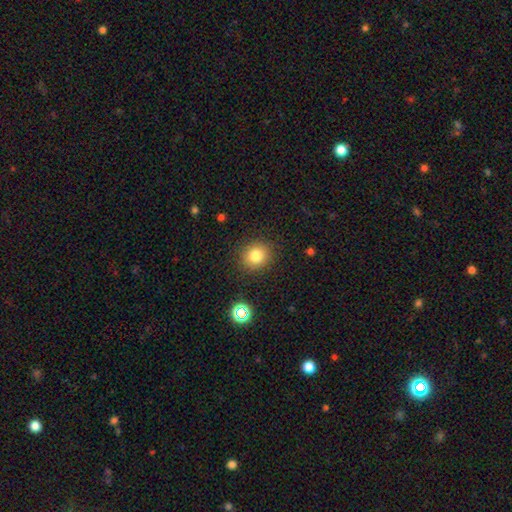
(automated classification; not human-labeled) smooth 80%, star or artifact 13%, featured or disk 7%. Down the decision tree: how rounded — round (82%); merging — none (88%).